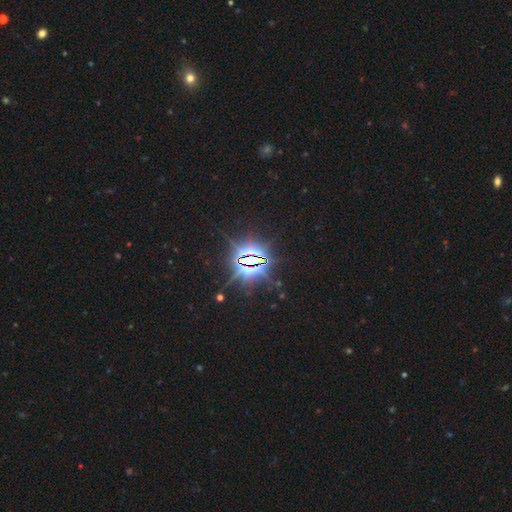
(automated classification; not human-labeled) A star or artifact, not a galaxy (86%).